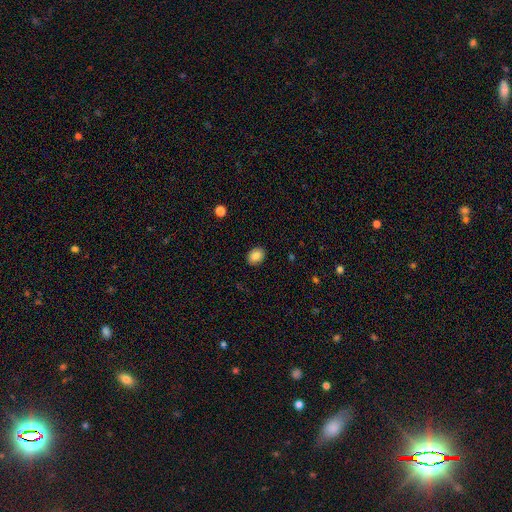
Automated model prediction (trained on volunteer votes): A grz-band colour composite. It shows a smooth galaxy with no disk features (84%) that is in between round and cigar-shaped (53%). Merging: none (90%).